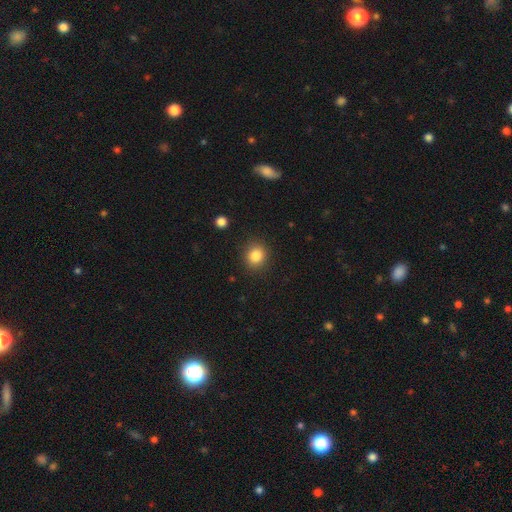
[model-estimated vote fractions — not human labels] A smooth galaxy with no disk features (84%) that is round (79%).

Vote fractions:
- Smooth or featured? smooth: 84% / star or artifact: 11% / featured or disk: 5%
- How rounded? round: 79% / in between: 20% / cigar-shaped: 1%
- Merging? none: 88% / minor disturbance: 8% / major disturbance: 3% / merger: 1%